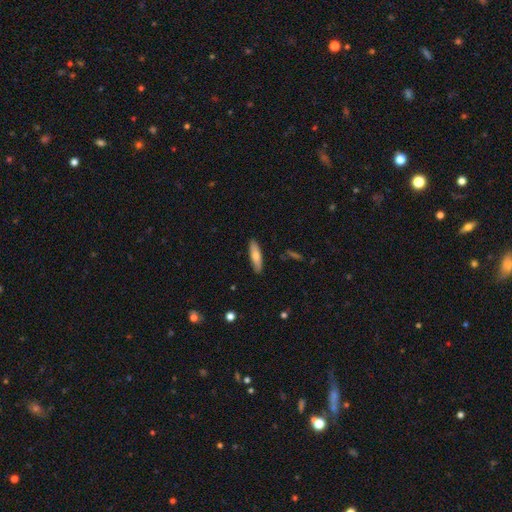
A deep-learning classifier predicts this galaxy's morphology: Smooth or featured? smooth (74%)
How rounded? cigar-shaped (66%)
Merging? none (88%)